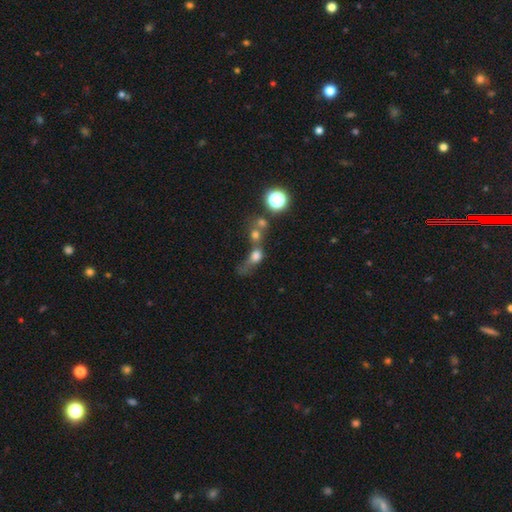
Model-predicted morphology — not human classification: Overall: smooth (63%). How rounded: round (58%; in between 37%). Merging: merger (53%; none 21%).